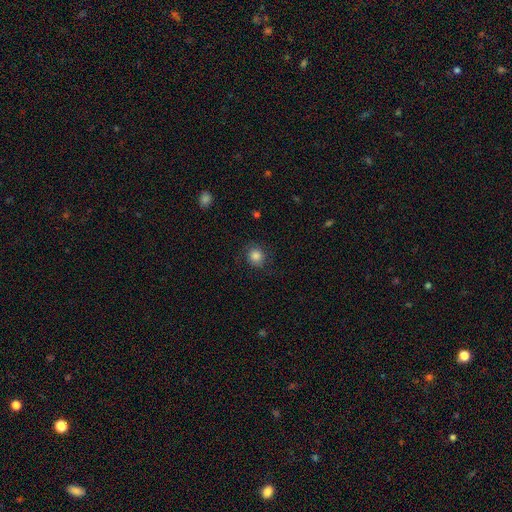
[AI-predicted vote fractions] Smooth or featured: smooth — 81% (star or artifact — 10%)
How rounded: round — 88% (in between — 11%)
Merging: none — 79% (minor disturbance — 14%)